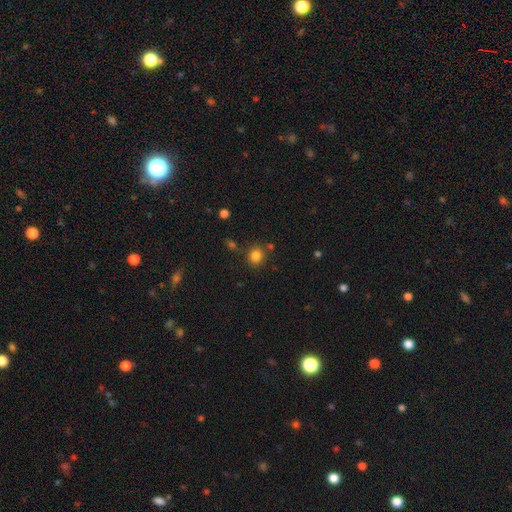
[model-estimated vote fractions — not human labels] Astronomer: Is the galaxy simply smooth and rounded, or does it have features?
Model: smooth — 82%.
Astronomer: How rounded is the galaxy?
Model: round — 85%.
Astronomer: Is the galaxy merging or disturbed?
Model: none — 81%.